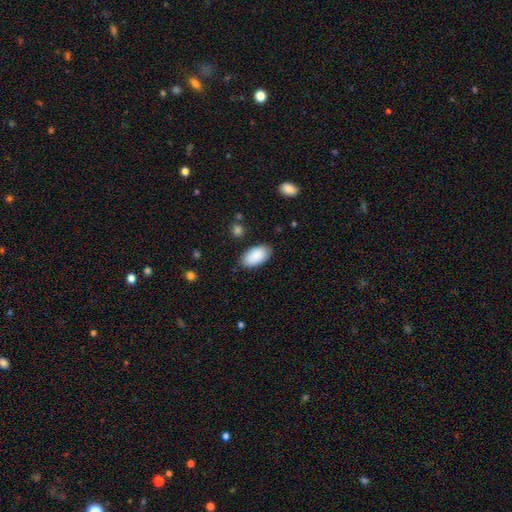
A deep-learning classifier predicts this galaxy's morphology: smooth 88%, star or artifact 6%, featured or disk 6%. Down the decision tree: how rounded — in between (95%); merging — none (83%).